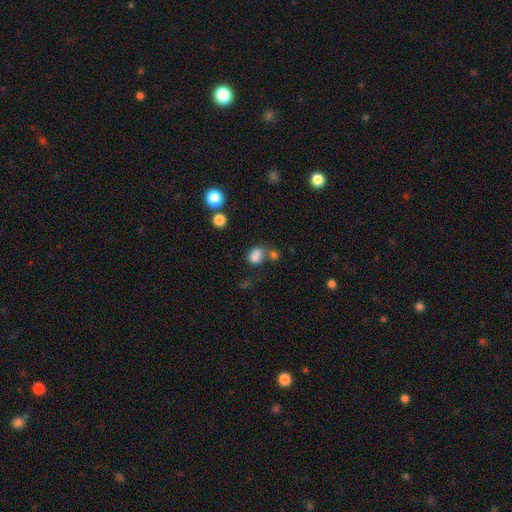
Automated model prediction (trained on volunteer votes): This appears to be a smooth galaxy with no disk features (80%) that is round (56%). Merging: none (51%).